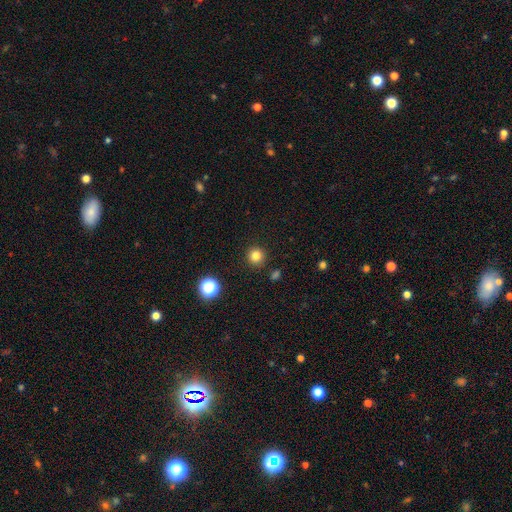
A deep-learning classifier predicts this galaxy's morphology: Smooth or featured? smooth (81%)
How rounded? round (95%)
Merging? none (91%)